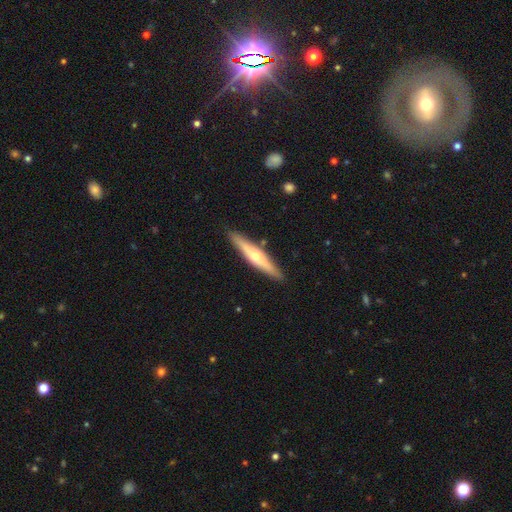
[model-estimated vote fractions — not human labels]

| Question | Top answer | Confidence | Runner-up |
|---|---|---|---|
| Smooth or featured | featured or disk | 61% | smooth (34%) |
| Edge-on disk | yes | 93% | no (7%) |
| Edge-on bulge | rounded | 90% | none (7%) |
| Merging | none | 88% | minor disturbance (8%) |